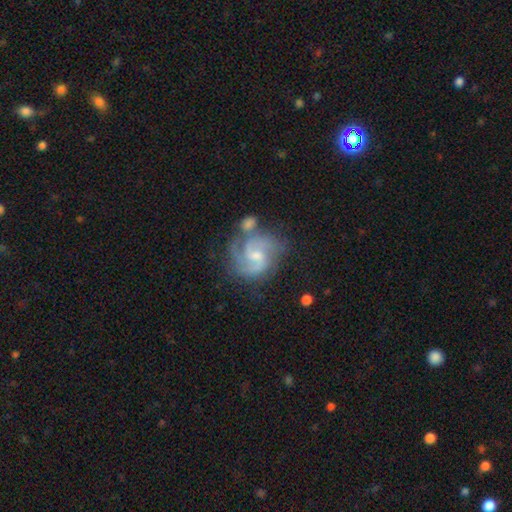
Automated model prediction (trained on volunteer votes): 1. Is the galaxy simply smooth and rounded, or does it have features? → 87% featured or disk, 7% smooth, 6% star or artifact.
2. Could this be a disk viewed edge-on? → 98% no, 2% yes.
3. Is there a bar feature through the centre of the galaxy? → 50% weak, 40% no, 10% strong.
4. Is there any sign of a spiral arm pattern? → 97% yes, 3% no.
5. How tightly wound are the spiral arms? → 56% medium, 30% tight, 14% loose.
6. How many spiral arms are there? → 54% 2, 28% 3, 9% can't tell, 4% 4, 3% 1, 3% more than 4.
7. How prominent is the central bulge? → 58% small, 36% moderate, 4% none, 1% large, 1% dominant.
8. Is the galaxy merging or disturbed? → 52% none, 20% minor disturbance, 18% merger, 10% major disturbance.